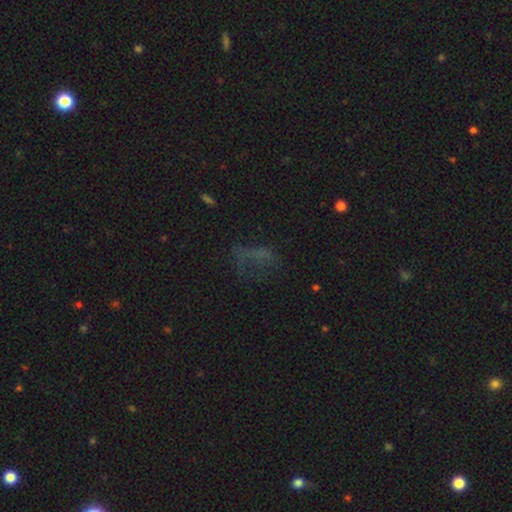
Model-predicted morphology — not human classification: This is marginally a star or artifact rather than a galaxy (38%).